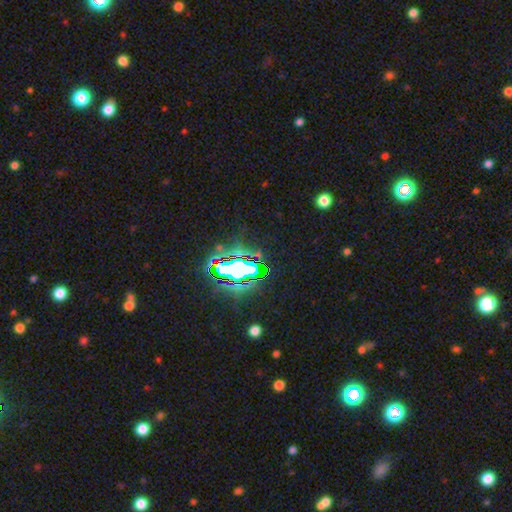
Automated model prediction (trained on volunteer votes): Smooth or featured? star or artifact (67%)